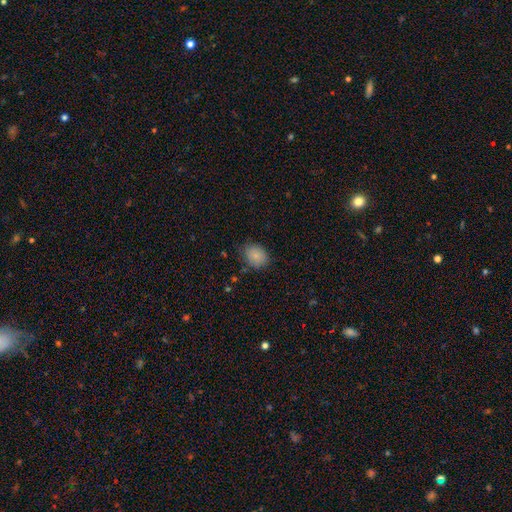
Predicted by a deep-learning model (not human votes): A smooth galaxy with no disk features (85%) that is round (51%). Merging: none (77%).